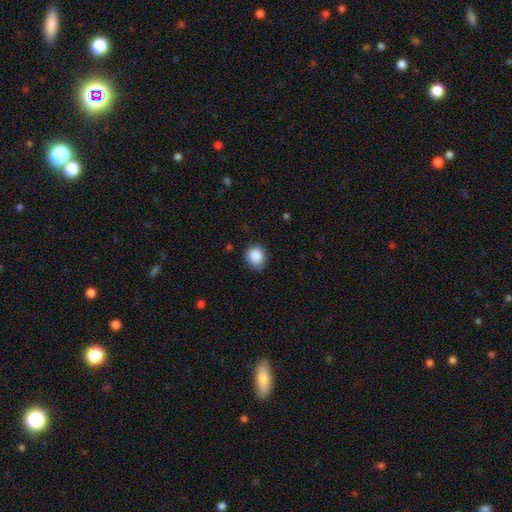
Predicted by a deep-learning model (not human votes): This appears to be a smooth galaxy with no disk features (88%) that is round (79%). Merging: none (77%).